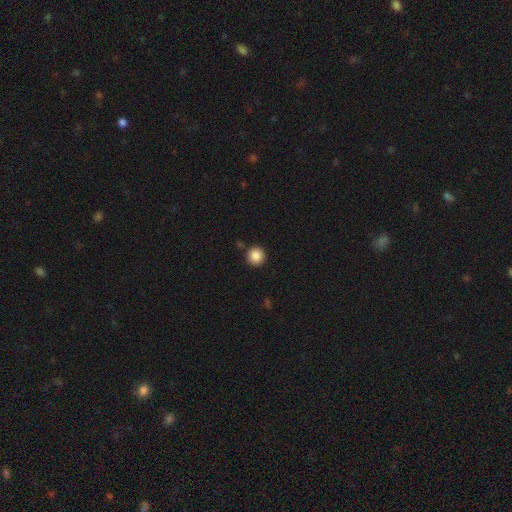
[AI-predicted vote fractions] Smooth or featured? smooth (87%)
How rounded? round (96%)
Merging? none (90%)